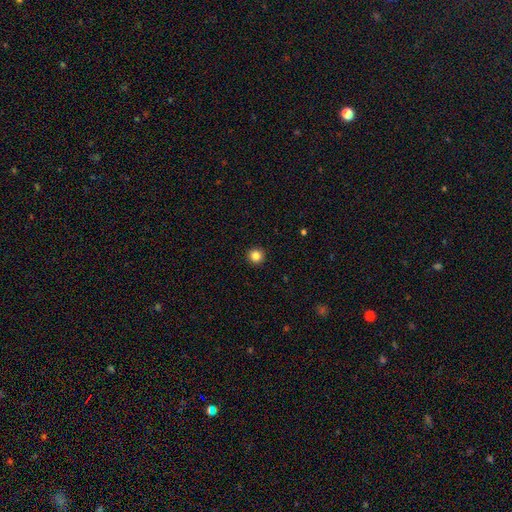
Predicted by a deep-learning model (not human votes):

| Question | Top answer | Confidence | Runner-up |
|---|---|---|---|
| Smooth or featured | smooth | 84% | star or artifact (11%) |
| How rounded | round | 95% | in between (4%) |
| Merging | none | 93% | minor disturbance (4%) |